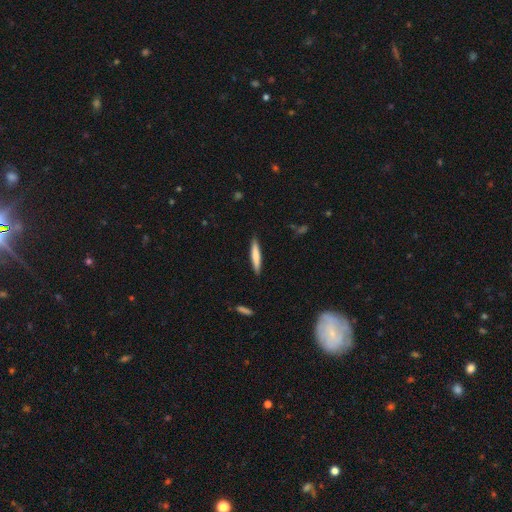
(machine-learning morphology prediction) Smooth or featured?
  - smooth: 72% *
  - featured or disk: 23%
  - star or artifact: 5%
How rounded?
  - cigar-shaped: 91% *
  - in between: 8%
  - round: 1%
Merging?
  - none: 89% *
  - minor disturbance: 8%
  - major disturbance: 2%
  - merger: 1%